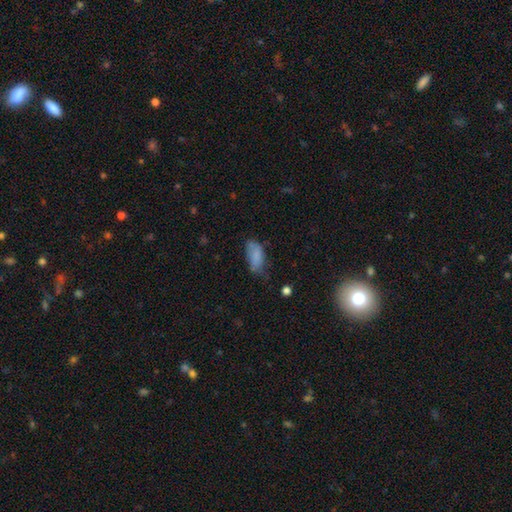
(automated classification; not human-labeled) Overall: smooth (80%). How rounded: in between (89%). Merging: none (45%; minor disturbance 37%).